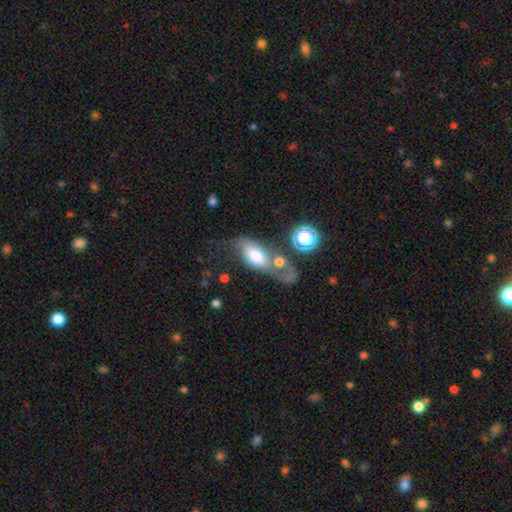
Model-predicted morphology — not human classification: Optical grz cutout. It shows a smooth galaxy with no disk features (57%) that is in between round and cigar-shaped (85%). Merging: merger (36%).